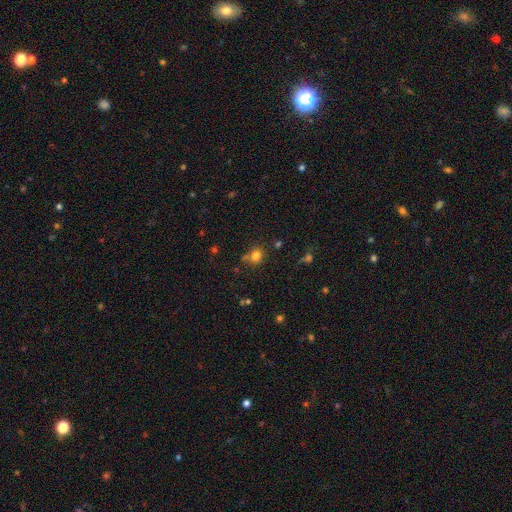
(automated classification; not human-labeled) This is likely a smooth galaxy (78%). How rounded: likely round (76%). Merging: likely none (69%).